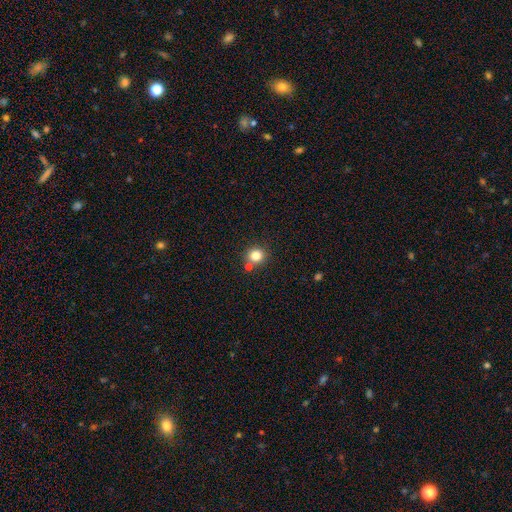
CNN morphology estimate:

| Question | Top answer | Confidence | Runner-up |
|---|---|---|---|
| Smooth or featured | smooth | 82% | star or artifact (12%) |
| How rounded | round | 90% | in between (9%) |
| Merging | none | 73% | merger (17%) |